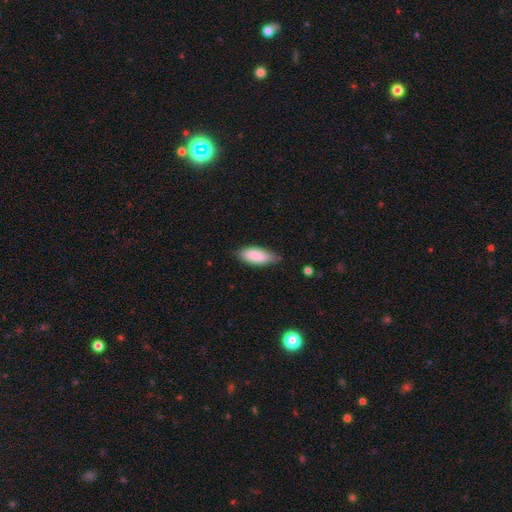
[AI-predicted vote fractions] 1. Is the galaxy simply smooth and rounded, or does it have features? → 88% smooth, 7% featured or disk, 6% star or artifact.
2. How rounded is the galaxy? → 83% in between, 16% cigar-shaped, 2% round.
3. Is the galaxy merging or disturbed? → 72% none, 23% minor disturbance, 3% major disturbance, 2% merger.